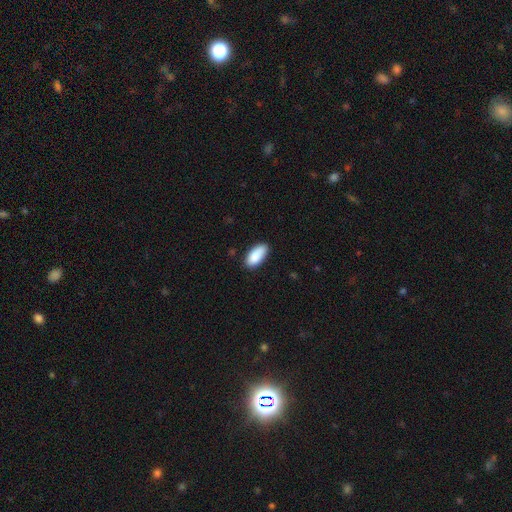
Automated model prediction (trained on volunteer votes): Q: Smooth or featured?
A: smooth (89%); runner-up: star or artifact (6%)
Q: How rounded?
A: in between (91%); runner-up: cigar-shaped (7%)
Q: Merging?
A: none (81%); runner-up: minor disturbance (15%)